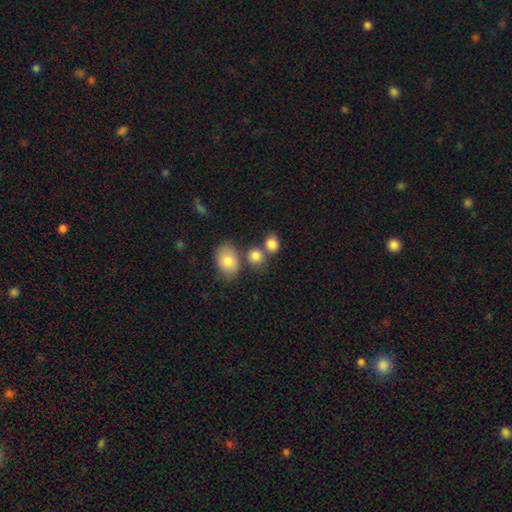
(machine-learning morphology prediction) Smooth or featured? Predicted: smooth (p=0.83). How rounded? Predicted: round (p=0.60). Merging? Predicted: none (p=0.53).